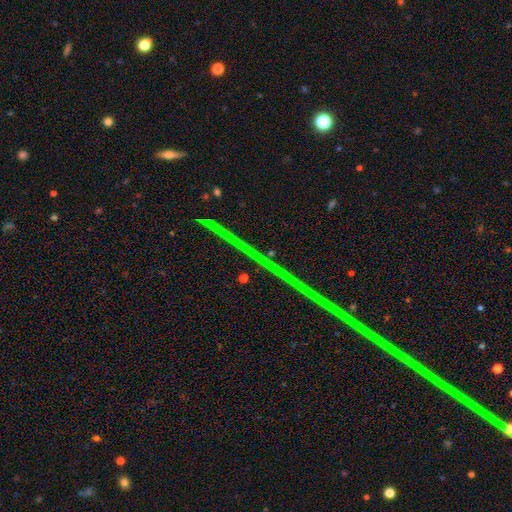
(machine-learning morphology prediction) Q: Smooth or featured?
A: star or artifact (88%); runner-up: featured or disk (7%)